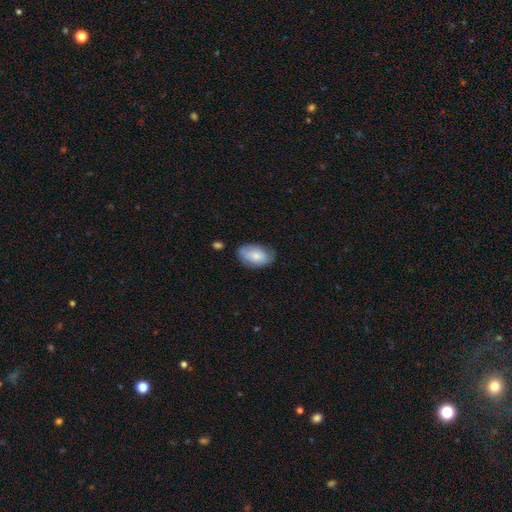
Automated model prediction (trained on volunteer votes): The model was most divided on "merging": none: 65%, minor disturbance: 27%, major disturbance: 6%, merger: 2%. More confident: how rounded — in between (92%); smooth or featured — smooth (77%).